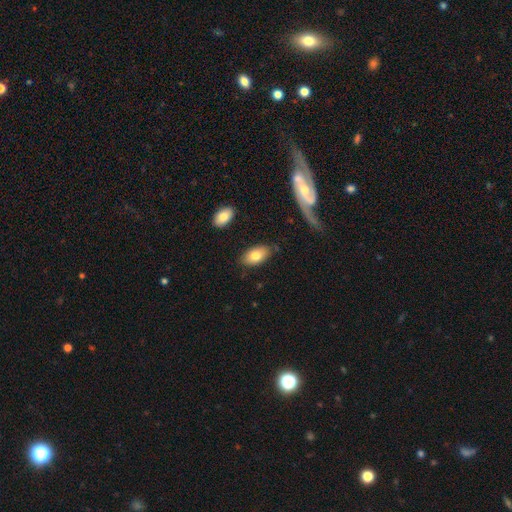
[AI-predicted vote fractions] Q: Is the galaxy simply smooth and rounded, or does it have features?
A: smooth — 78%.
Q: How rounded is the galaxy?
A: in between — 94%.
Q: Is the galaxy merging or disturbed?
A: none — 81%.